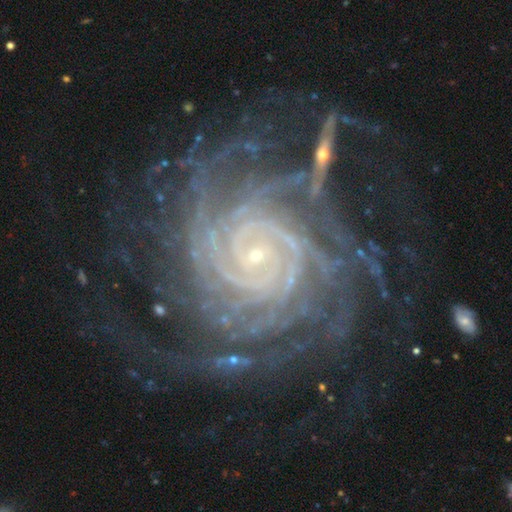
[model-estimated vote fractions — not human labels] featured or disk 92%, star or artifact 5%, smooth 3%. Down the decision tree: edge-on disk — no (98%); bar — no (67%); spiral arms — yes (99%); spiral arm count — more than 4 (27%); spiral winding — tight (84%); bulge size — small (86%); merging — none (65%).